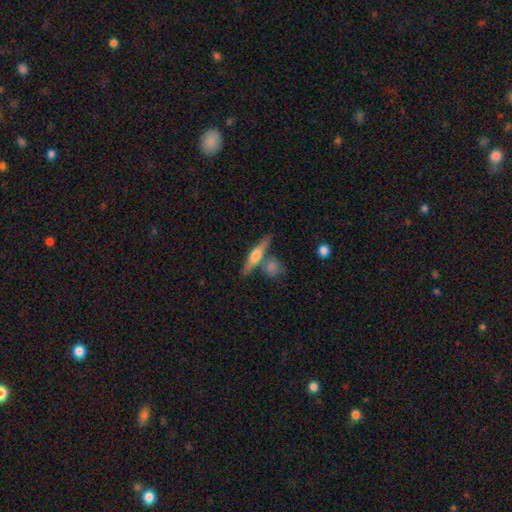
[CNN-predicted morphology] Smooth or featured: featured or disk — 60% (smooth — 33%)
Edge-on disk: yes — 95% (no — 5%)
Edge-on bulge: rounded — 89% (boxy — 7%)
Merging: none — 70% (merger — 16%)